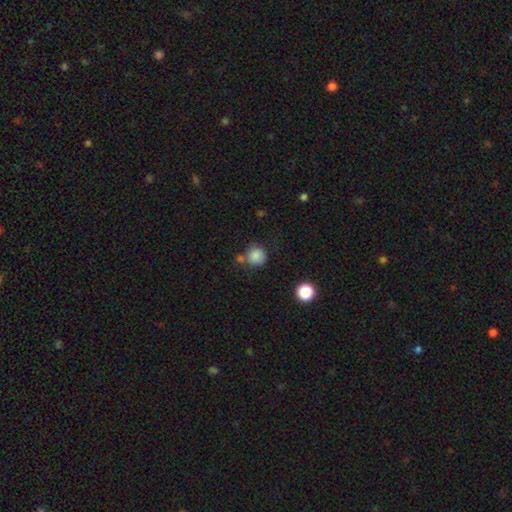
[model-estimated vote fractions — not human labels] smooth_or_featured: smooth (p=0.84) [alt: star or artifact p=0.10]
how_rounded: round (p=0.90) [alt: in between p=0.09]
merging: none (p=0.66) [alt: merger p=0.15]